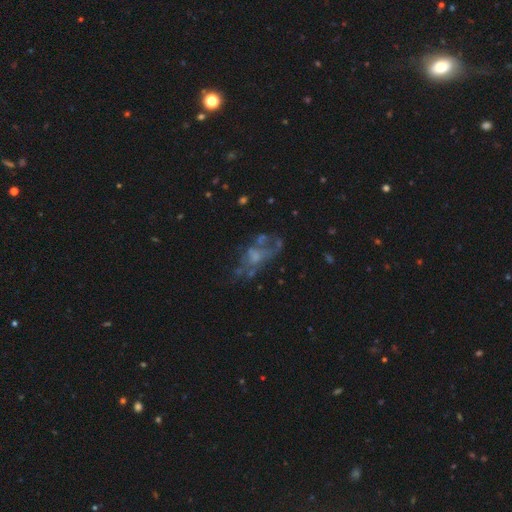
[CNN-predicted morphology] The model was most divided on "merging": none: 37%, major disturbance: 31%, minor disturbance: 19%, merger: 13%. Remaining: edge-on disk — no (95%); bar — no (85%); spiral arms — no (83%); smooth or featured — featured or disk (59%); bulge size — none (46%).